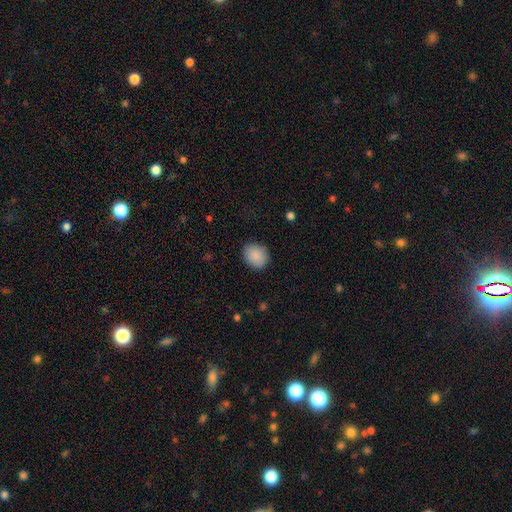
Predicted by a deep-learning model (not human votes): Smooth or featured?
  - smooth: 89% *
  - star or artifact: 7%
  - featured or disk: 4%
How rounded?
  - round: 63% *
  - in between: 36%
  - cigar-shaped: 1%
Merging?
  - none: 88% *
  - minor disturbance: 9%
  - major disturbance: 2%
  - merger: 1%